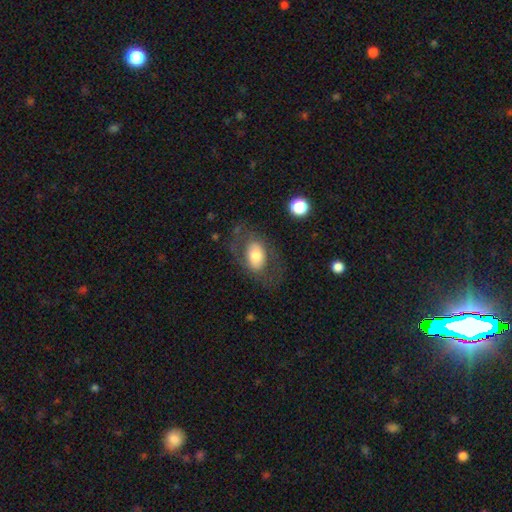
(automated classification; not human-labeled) Smooth or featured?
  - smooth: 56% *
  - featured or disk: 37%
  - star or artifact: 7%
How rounded?
  - in between: 84% *
  - round: 14%
  - cigar-shaped: 2%
Merging?
  - none: 64% *
  - major disturbance: 17%
  - minor disturbance: 17%
  - merger: 2%